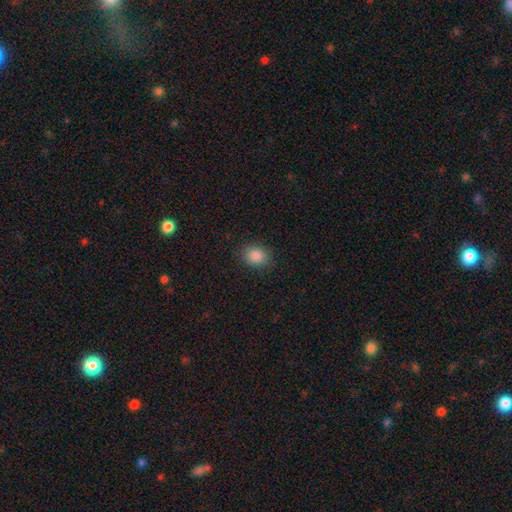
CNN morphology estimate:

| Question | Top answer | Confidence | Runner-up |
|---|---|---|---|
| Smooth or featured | smooth | 86% | star or artifact (10%) |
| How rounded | round | 52% | in between (47%) |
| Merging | none | 87% | minor disturbance (10%) |